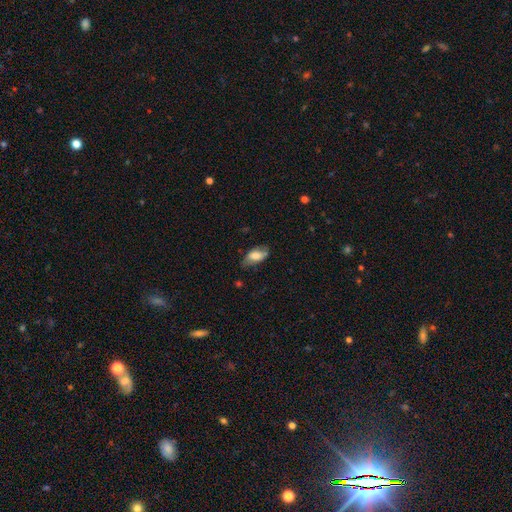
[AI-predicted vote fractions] Smooth or featured: smooth — 67% (featured or disk — 25%)
How rounded: in between — 89% (cigar-shaped — 6%)
Merging: none — 60% (minor disturbance — 28%)